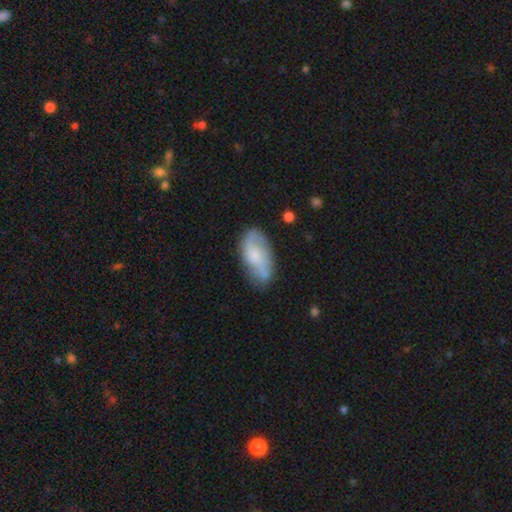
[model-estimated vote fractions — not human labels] The model was most divided on "smooth or featured": featured or disk: 48%, smooth: 46%, star or artifact: 7%. More confident: merging — none (62%).